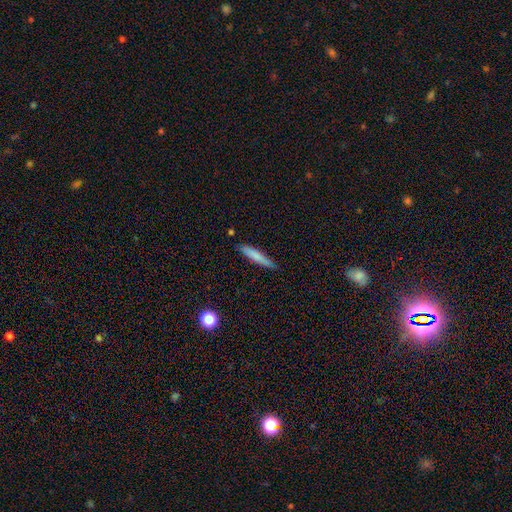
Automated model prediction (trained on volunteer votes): This is likely a smooth galaxy (74%). How rounded: clearly cigar-shaped (90%). Merging: clearly none (80%).